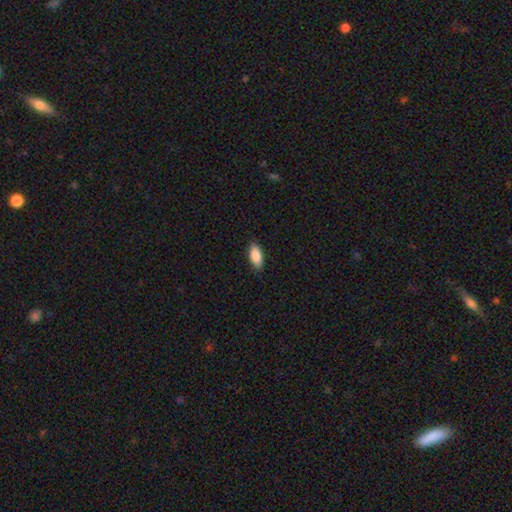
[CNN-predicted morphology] Q: Smooth or featured?
A: smooth (88%); runner-up: star or artifact (6%)
Q: How rounded?
A: in between (87%); runner-up: cigar-shaped (11%)
Q: Merging?
A: none (88%); runner-up: minor disturbance (9%)